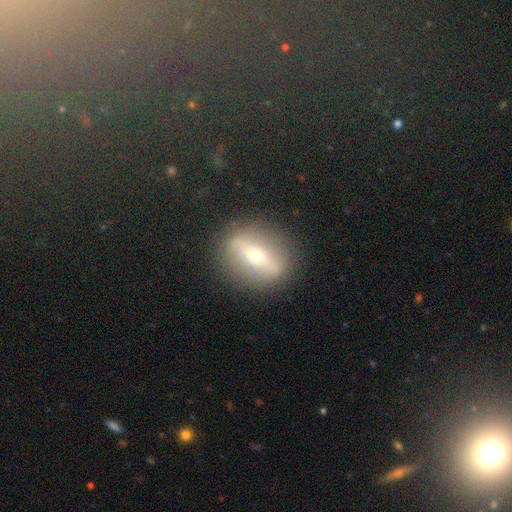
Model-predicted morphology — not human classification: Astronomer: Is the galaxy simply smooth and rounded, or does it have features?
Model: featured or disk — 62%.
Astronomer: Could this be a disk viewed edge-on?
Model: no — 52% (runner-up: yes, 48%).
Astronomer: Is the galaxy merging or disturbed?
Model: none — 85%.